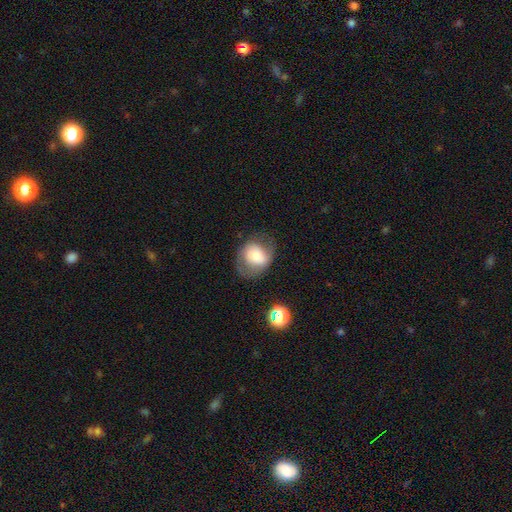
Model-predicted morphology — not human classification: Smooth or featured: smooth — 58% (featured or disk — 33%)
How rounded: round — 55% (in between — 44%)
Merging: none — 57% (minor disturbance — 25%)